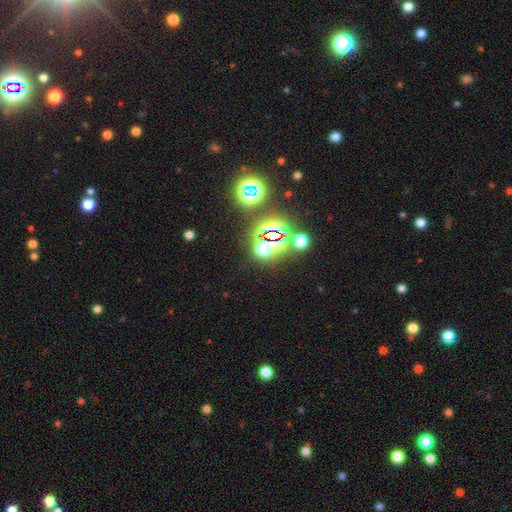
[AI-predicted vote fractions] star or artifact 78%, smooth 15%, featured or disk 8%.